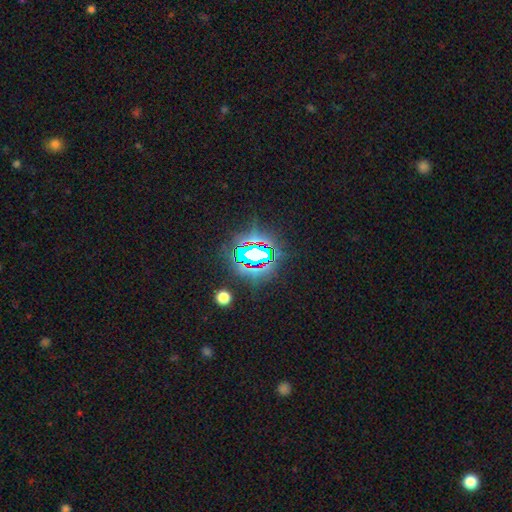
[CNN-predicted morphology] A star or artifact, not a galaxy (75%).

Vote fractions:
- Smooth or featured? star or artifact: 75% / smooth: 14% / featured or disk: 11%